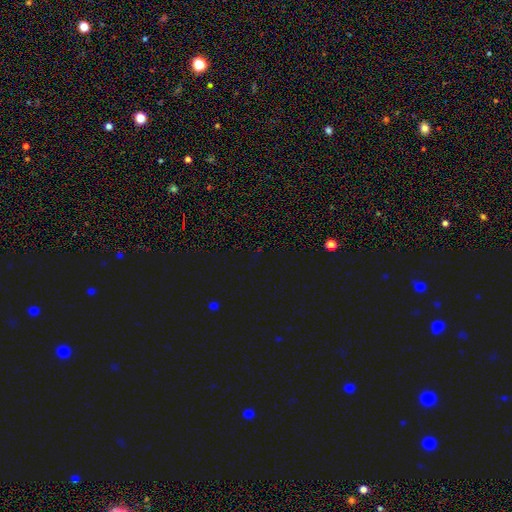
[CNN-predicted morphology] Smooth or featured?
  - star or artifact: 75% *
  - smooth: 18%
  - featured or disk: 7%